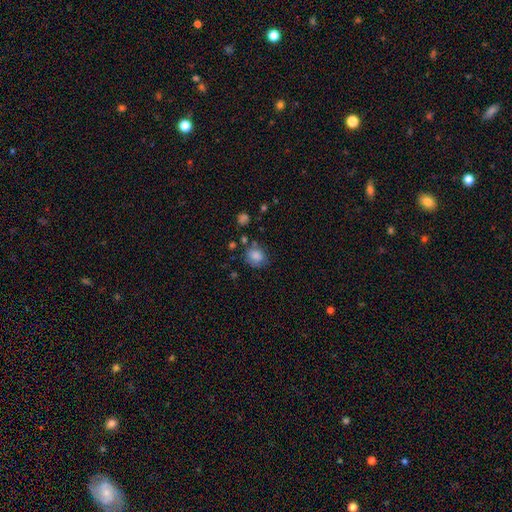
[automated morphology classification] A smooth galaxy with no disk features (81%) that is round (64%).

Vote fractions:
- Smooth or featured? smooth: 81% / star or artifact: 10% / featured or disk: 9%
- How rounded? round: 64% / in between: 35% / cigar-shaped: 1%
- Merging? none: 65% / minor disturbance: 21% / merger: 7% / major disturbance: 7%